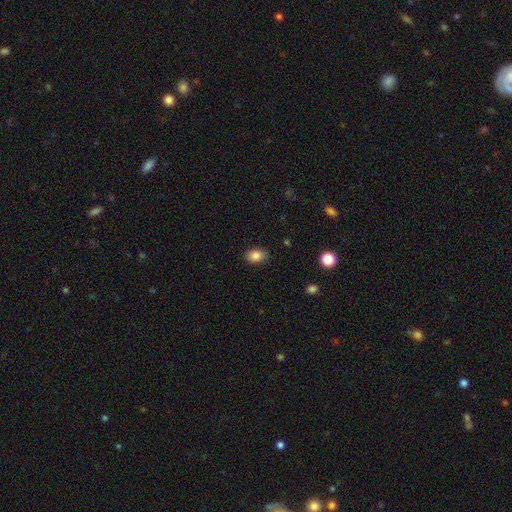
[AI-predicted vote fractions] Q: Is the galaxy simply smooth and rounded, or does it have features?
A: smooth — 86%.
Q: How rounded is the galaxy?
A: in between — 81%.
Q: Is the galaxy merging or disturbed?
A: none — 87%.